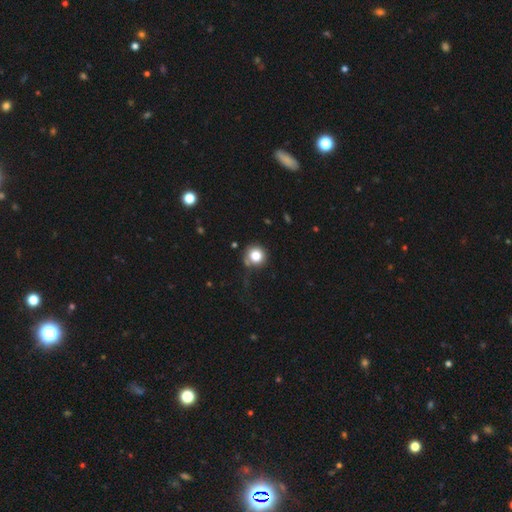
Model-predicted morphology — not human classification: Smooth or featured? smooth (82%)
How rounded? round (93%)
Merging? none (71%)